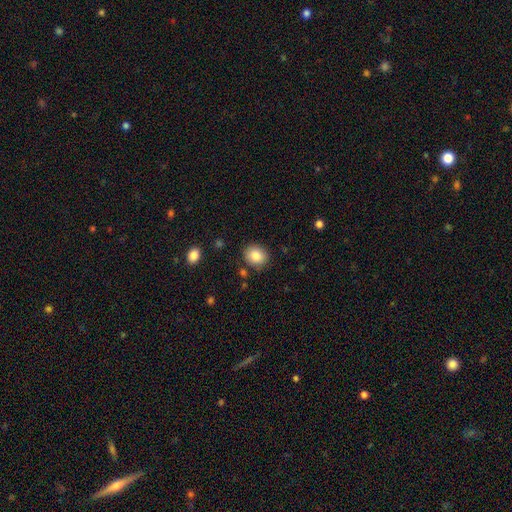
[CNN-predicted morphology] Smooth or featured: smooth — 85% (star or artifact — 8%)
How rounded: round — 65% (in between — 34%)
Merging: none — 86% (minor disturbance — 9%)